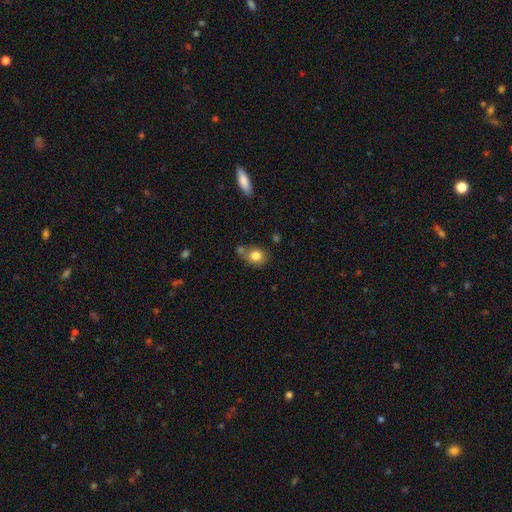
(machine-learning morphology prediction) This appears to be a smooth galaxy with no disk features (82%) that is round (63%). Merging: none (58%).